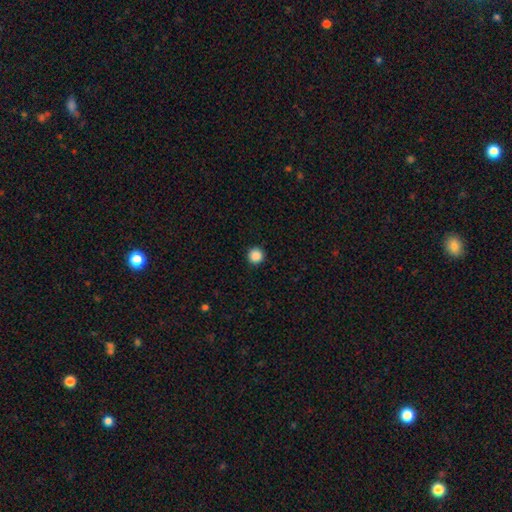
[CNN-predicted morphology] A smooth galaxy with no disk features (88%) that is round (96%). Merging: none (93%).